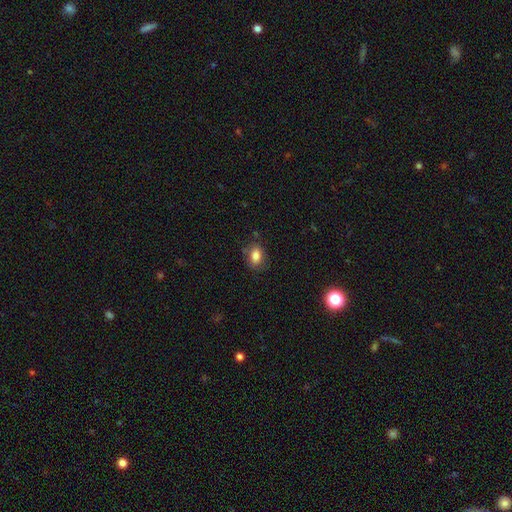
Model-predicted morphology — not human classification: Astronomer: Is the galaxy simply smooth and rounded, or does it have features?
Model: smooth — 83%.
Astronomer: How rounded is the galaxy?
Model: in between — 79%.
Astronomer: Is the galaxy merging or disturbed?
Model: none — 78%.